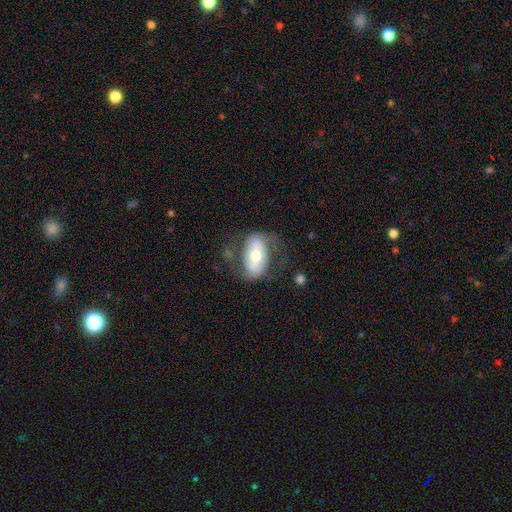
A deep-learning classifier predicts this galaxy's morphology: Smooth or featured? featured or disk (57%)
Edge-on disk? no (91%)
Bar? strong (41%)
Spiral arms? yes (60%)
Bulge size? moderate (67%)
Merging? none (59%)